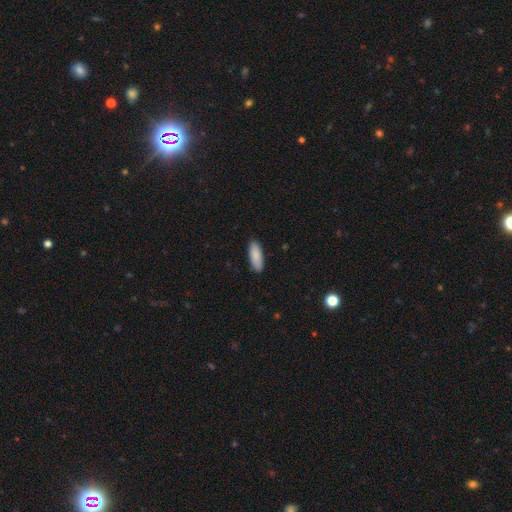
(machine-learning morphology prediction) This is clearly a smooth galaxy (89%). How rounded: likely in between (68%). Merging: clearly none (89%).